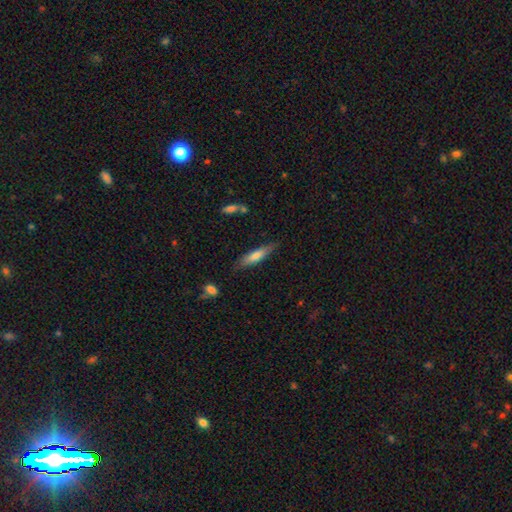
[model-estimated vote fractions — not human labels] The model was most divided on "smooth or featured": smooth: 63%, featured or disk: 30%, star or artifact: 6%. More confident: how rounded — cigar-shaped (82%); merging — none (81%).